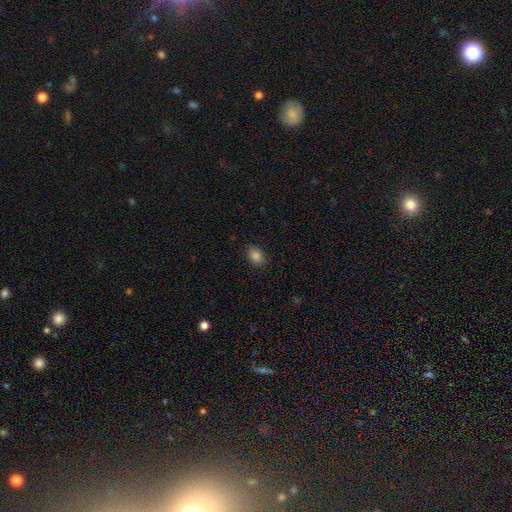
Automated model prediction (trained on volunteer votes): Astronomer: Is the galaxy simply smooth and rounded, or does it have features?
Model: smooth — 86%.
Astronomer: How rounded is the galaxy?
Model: in between — 75%.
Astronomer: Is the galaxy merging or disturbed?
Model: none — 87%.